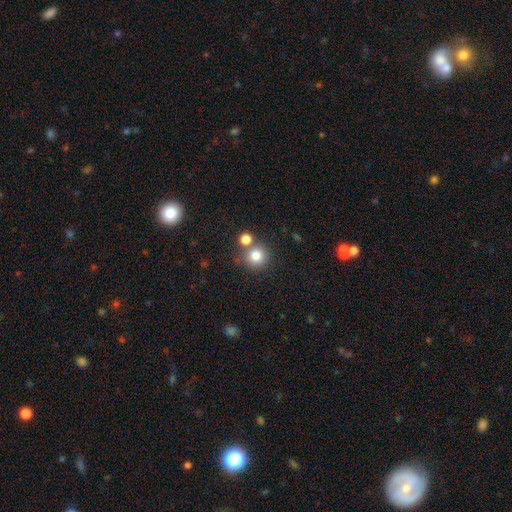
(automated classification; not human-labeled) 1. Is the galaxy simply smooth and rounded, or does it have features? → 81% smooth, 12% star or artifact, 7% featured or disk.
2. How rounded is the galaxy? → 93% round, 6% in between, 1% cigar-shaped.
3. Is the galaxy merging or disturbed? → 69% none, 20% merger, 8% minor disturbance, 3% major disturbance.